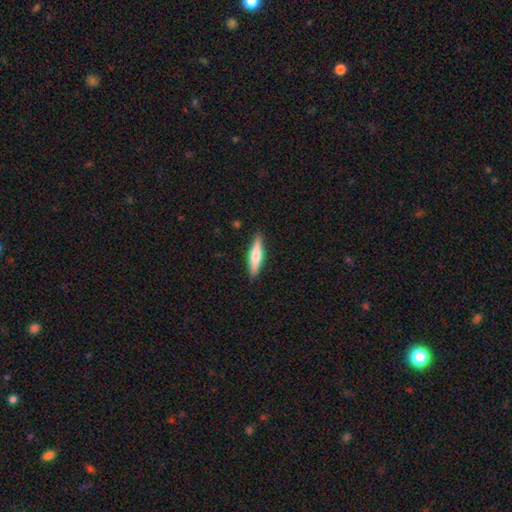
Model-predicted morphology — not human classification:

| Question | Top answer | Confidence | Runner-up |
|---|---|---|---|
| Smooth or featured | smooth | 59% | featured or disk (36%) |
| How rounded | cigar-shaped | 79% | in between (19%) |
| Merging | none | 89% | minor disturbance (8%) |